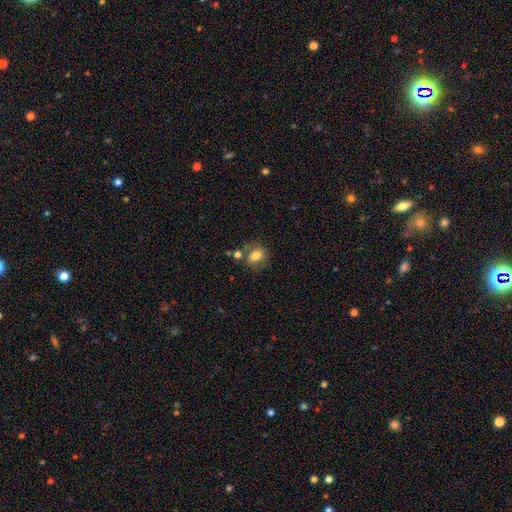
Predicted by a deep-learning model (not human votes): Smooth or featured? smooth (74%)
How rounded? in between (56%)
Merging? none (63%)